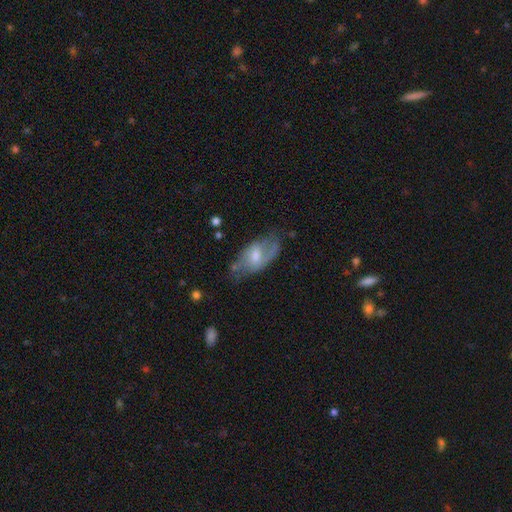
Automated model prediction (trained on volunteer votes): Morphology: type=featured or disk (67%); edge-on=no (92%); bar=weak (49%); spiral arms=yes (82%); winding=medium (45%); arm count=2 (72%); bulge=moderate (51%); merging=none (62%).